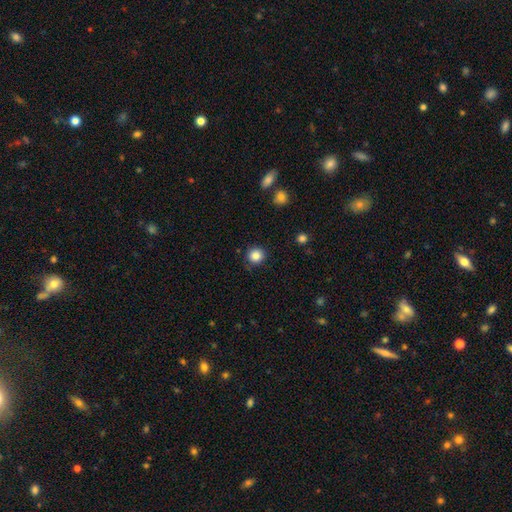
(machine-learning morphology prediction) smooth 85%, star or artifact 11%, featured or disk 4%. Down the decision tree: how rounded — round (92%); merging — none (87%).